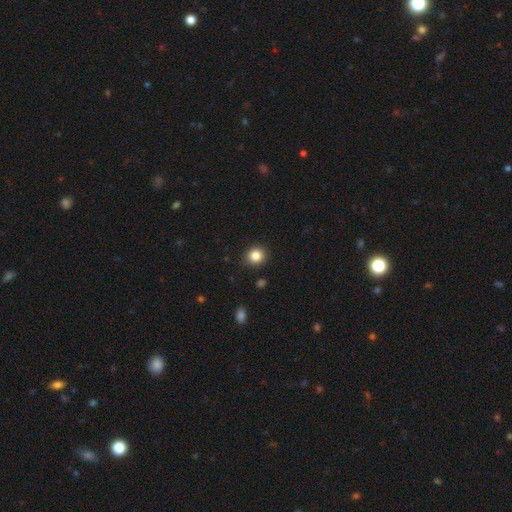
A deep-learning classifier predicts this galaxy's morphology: Smooth or featured: smooth — 84% (star or artifact — 11%)
How rounded: round — 84% (in between — 15%)
Merging: none — 90% (minor disturbance — 7%)